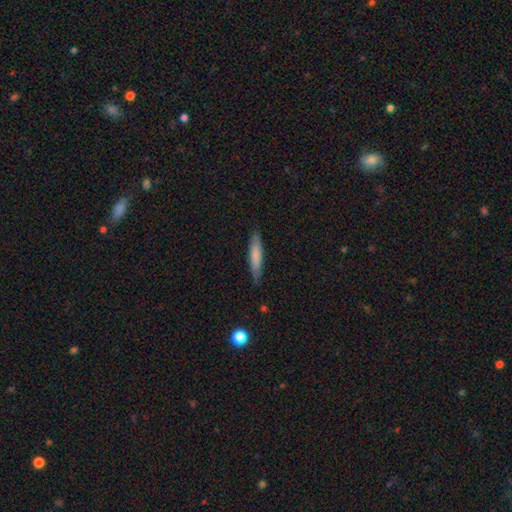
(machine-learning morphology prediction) Smooth or featured? Predicted: smooth (p=0.75). How rounded? Predicted: cigar-shaped (p=0.86). Merging? Predicted: none (p=0.82).